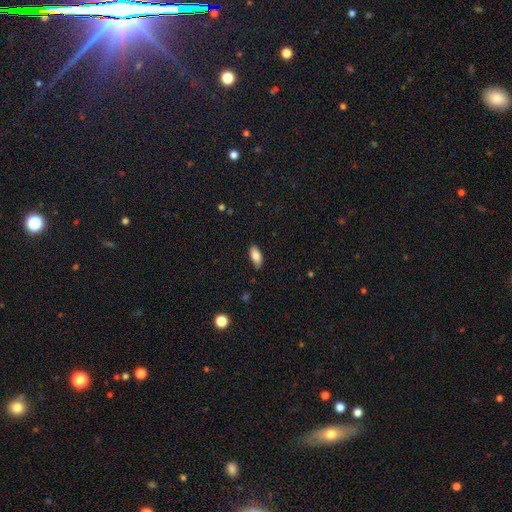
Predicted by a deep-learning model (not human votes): This is clearly a smooth galaxy (84%). How rounded: clearly in between (88%). Merging: clearly none (82%).